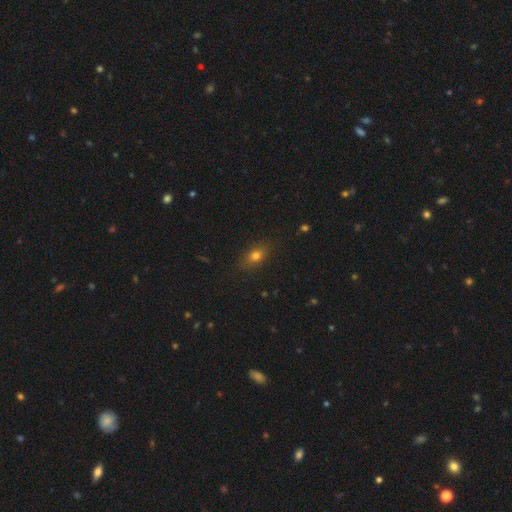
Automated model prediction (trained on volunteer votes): Overall: smooth (73%). How rounded: in between (69%). Merging: none (84%).